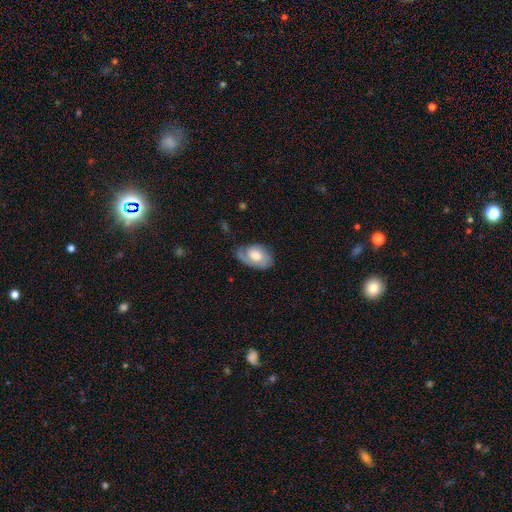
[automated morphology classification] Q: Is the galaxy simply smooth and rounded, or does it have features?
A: featured or disk — 55%.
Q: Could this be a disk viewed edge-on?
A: no — 94%.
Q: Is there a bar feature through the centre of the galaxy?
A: no — 72%.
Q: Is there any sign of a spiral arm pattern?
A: yes — 81%.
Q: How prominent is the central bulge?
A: moderate — 50%.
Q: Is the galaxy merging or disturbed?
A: none — 57%.